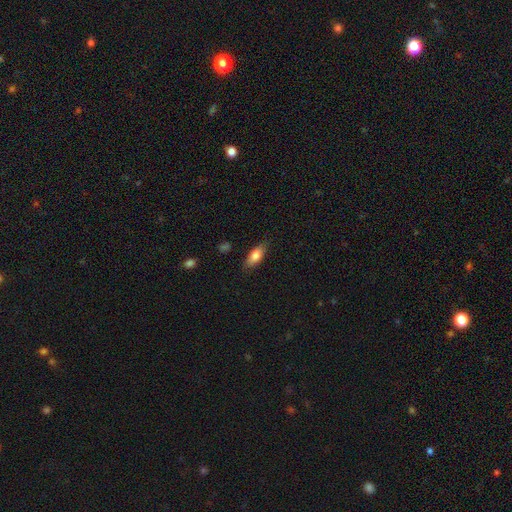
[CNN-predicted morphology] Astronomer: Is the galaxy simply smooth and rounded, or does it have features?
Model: smooth — 77%.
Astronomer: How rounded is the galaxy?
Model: in between — 73%.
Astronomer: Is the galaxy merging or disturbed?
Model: none — 82%.